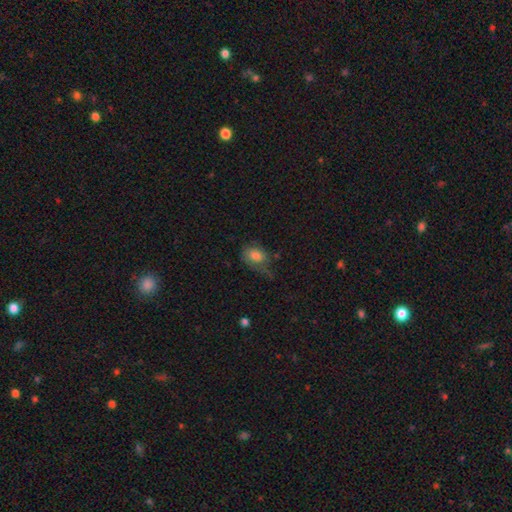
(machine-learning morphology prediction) This appears to be a smooth galaxy with no disk features (77%) that is in between round and cigar-shaped (73%). Merging: none (44%).